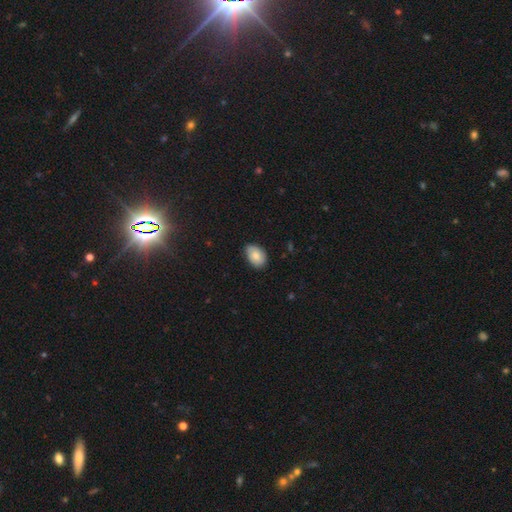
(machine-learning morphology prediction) A smooth galaxy with no disk features (82%) that is in between round and cigar-shaped (85%).

Vote fractions:
- Smooth or featured? smooth: 82% / featured or disk: 11% / star or artifact: 7%
- How rounded? in between: 85% / round: 14% / cigar-shaped: 1%
- Merging? none: 75% / minor disturbance: 22% / major disturbance: 3% / merger: 1%